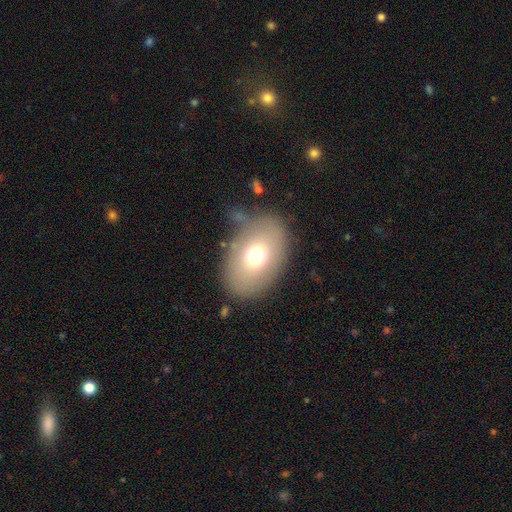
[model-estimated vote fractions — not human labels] Morphology: type=smooth (69%); roundness=in between (81%); merging=none (71%).